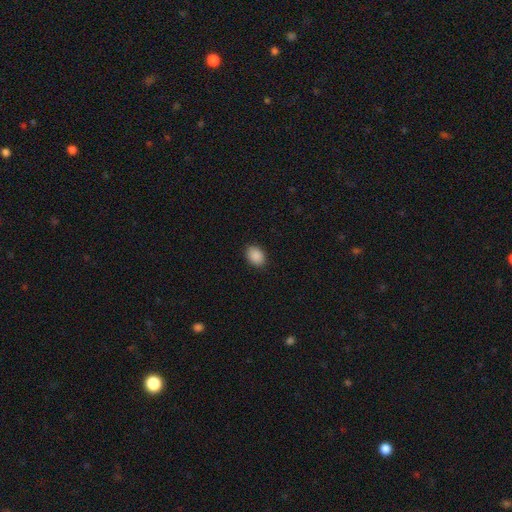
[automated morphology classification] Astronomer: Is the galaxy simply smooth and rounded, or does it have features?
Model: smooth — 90%.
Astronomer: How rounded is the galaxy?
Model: in between — 78%.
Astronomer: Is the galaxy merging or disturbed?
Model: none — 89%.